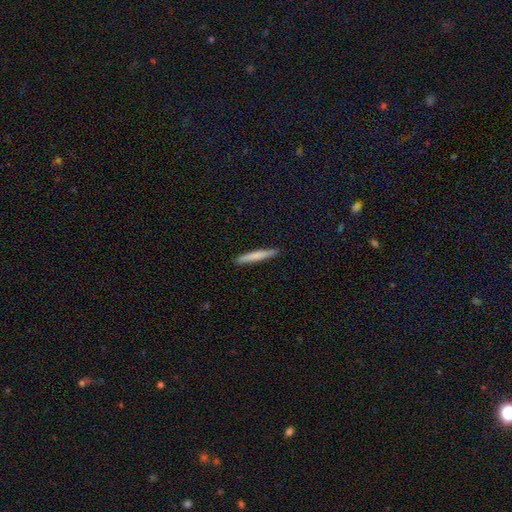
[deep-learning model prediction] Smooth or featured? smooth (73%)
How rounded? cigar-shaped (96%)
Merging? none (91%)